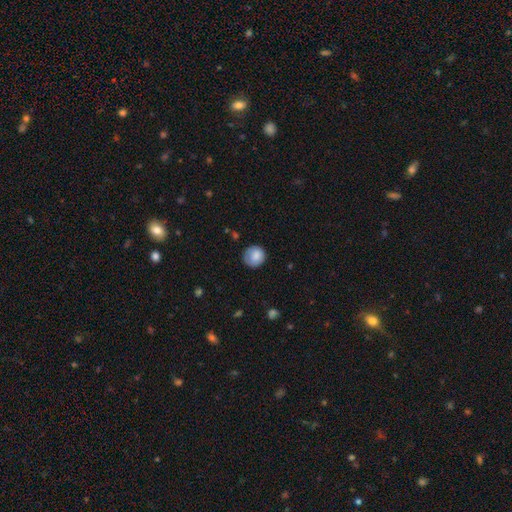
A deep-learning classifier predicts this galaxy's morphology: Smooth or featured? Predicted: smooth (p=0.82). How rounded? Predicted: round (p=0.89). Merging? Predicted: none (p=0.76).